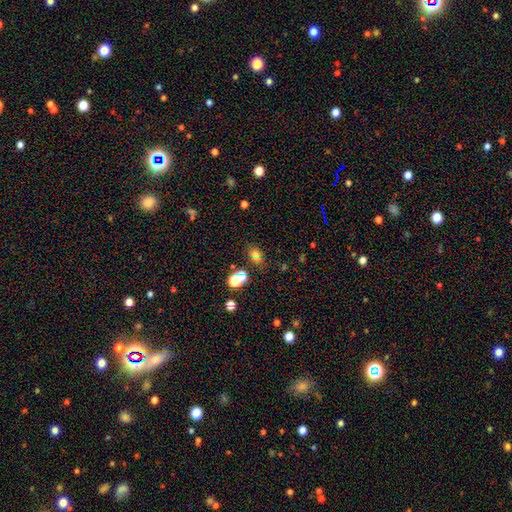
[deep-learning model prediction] Smooth or featured? Predicted: smooth (p=0.69). How rounded? Predicted: in between (p=0.58). Merging? Predicted: none (p=0.67).